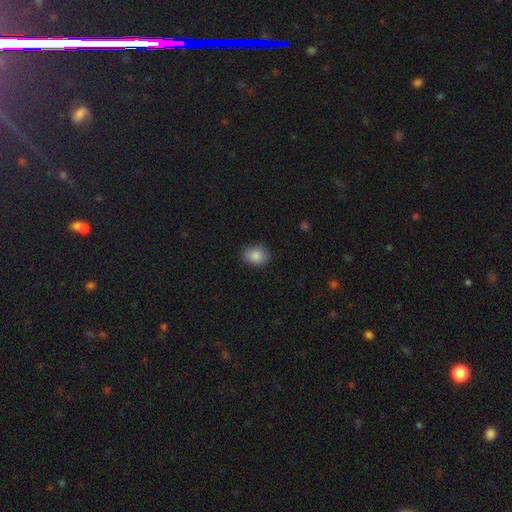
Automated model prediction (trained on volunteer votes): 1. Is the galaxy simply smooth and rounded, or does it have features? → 87% smooth, 9% star or artifact, 4% featured or disk.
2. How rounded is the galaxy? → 52% in between, 47% round, 1% cigar-shaped.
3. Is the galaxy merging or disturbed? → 81% none, 15% minor disturbance, 3% major disturbance, 1% merger.